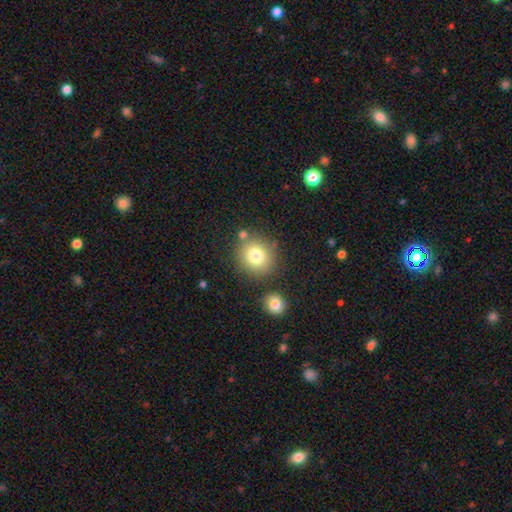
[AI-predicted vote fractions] This appears to be a smooth galaxy with no disk features (79%) that is round (88%). Merging: none (76%).